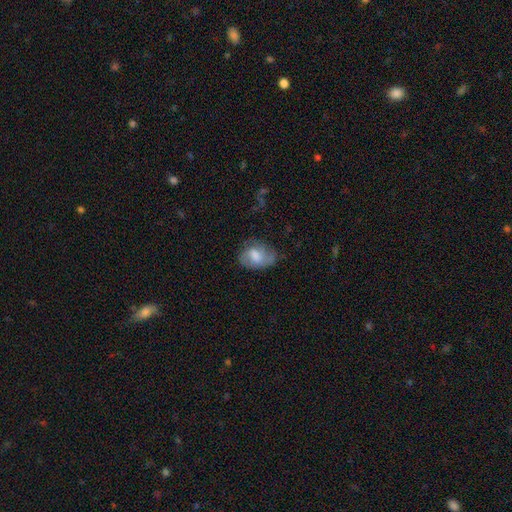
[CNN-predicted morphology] type=smooth (56%); roundness=in between (77%); merging=none (51%).